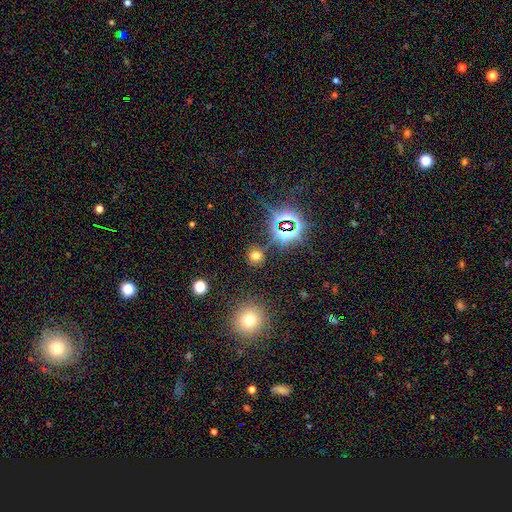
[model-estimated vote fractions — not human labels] smooth 58%, star or artifact 35%, featured or disk 7%. Down the decision tree: how rounded — round (83%); merging — none (82%).